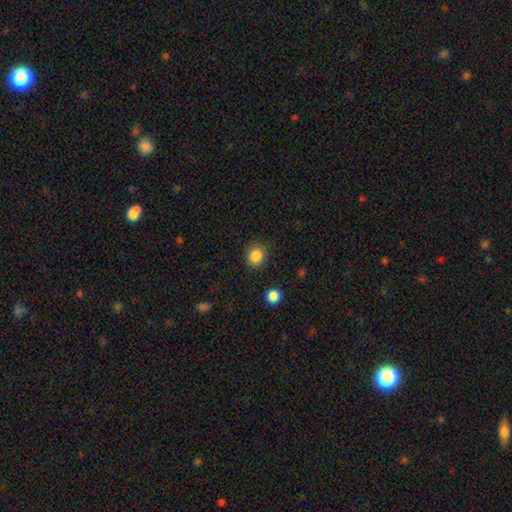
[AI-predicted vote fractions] This appears to be a smooth galaxy with no disk features (86%) that is round (74%). Merging: none (86%).